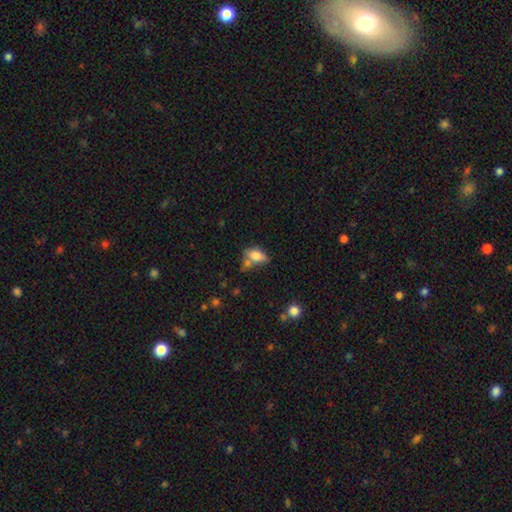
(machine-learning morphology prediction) Q: Smooth or featured?
A: smooth (76%); runner-up: featured or disk (15%)
Q: How rounded?
A: in between (86%); runner-up: round (8%)
Q: Merging?
A: none (42%); runner-up: merger (26%)